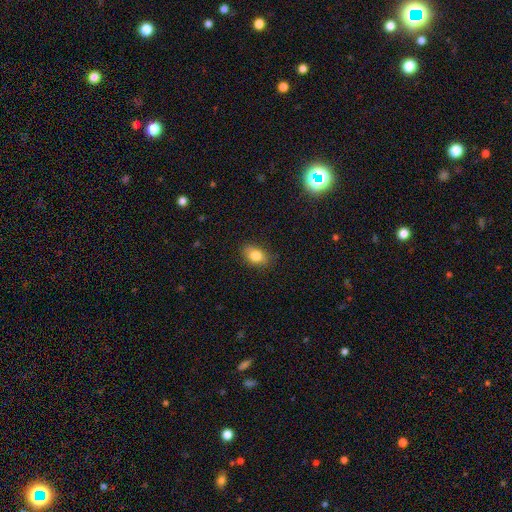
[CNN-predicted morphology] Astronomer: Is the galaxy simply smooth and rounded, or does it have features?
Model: smooth — 82%.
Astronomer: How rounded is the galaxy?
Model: in between — 80%.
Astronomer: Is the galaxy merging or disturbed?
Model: none — 82%.